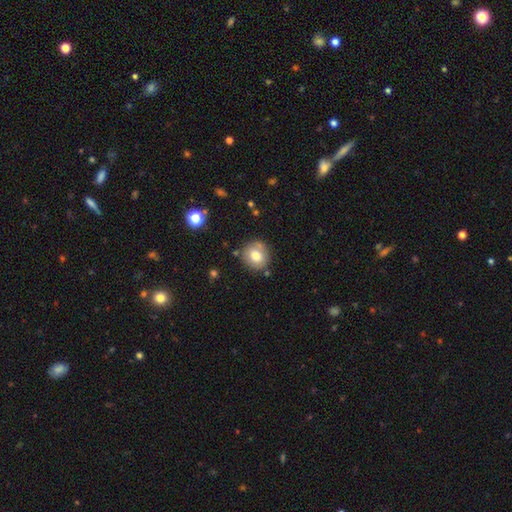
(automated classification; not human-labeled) Smooth or featured: smooth — 75% (featured or disk — 15%)
How rounded: round — 83% (in between — 16%)
Merging: none — 77% (minor disturbance — 14%)